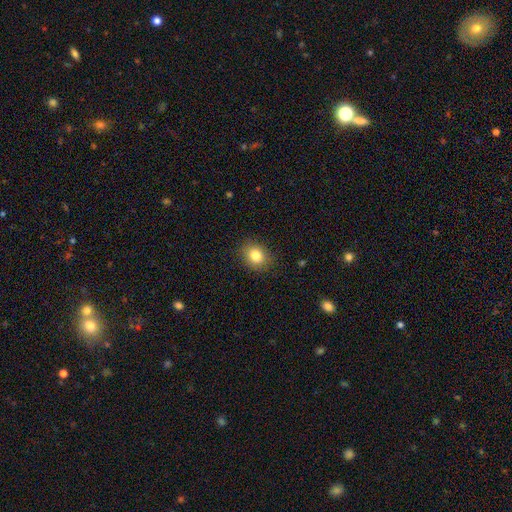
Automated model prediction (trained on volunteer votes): smooth 82%, star or artifact 10%, featured or disk 8%. Down the decision tree: how rounded — round (52%); merging — none (87%).